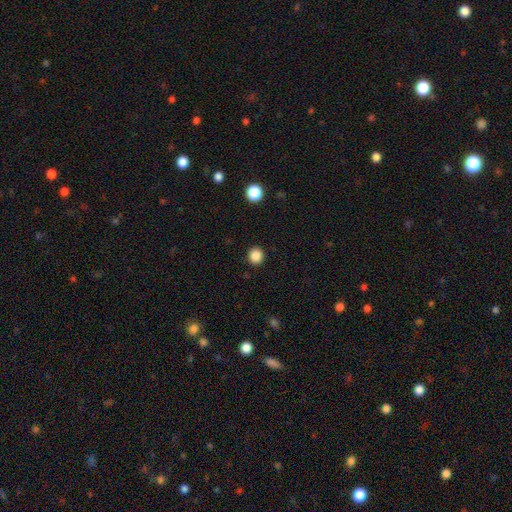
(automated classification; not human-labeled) The model was most divided on "smooth or featured": smooth: 86%, star or artifact: 11%, featured or disk: 3%. More confident: merging — none (92%); how rounded — round (90%).